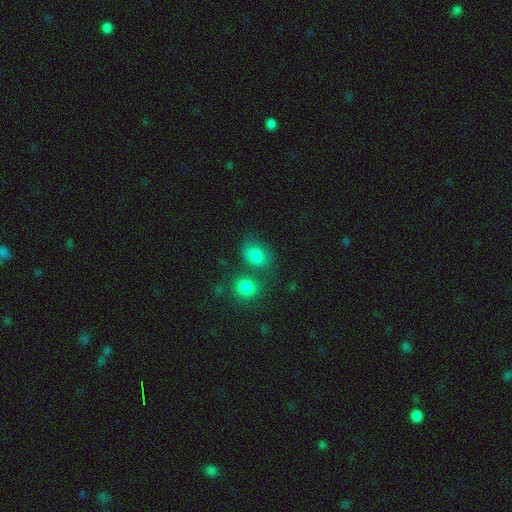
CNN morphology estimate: smooth_or_featured: smooth (p=0.81) [alt: star or artifact p=0.11]
how_rounded: in between (p=0.65) [alt: round p=0.33]
merging: none (p=0.51) [alt: merger p=0.24]